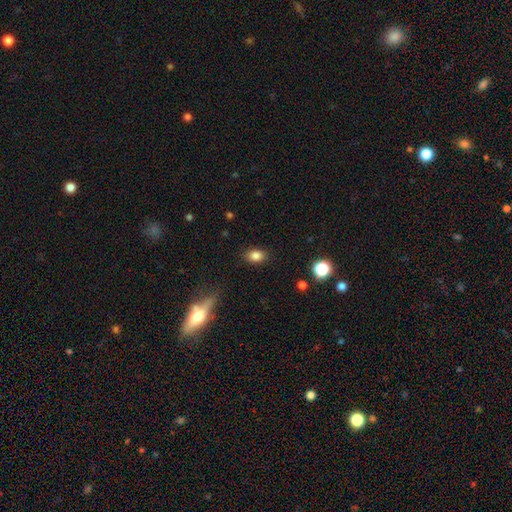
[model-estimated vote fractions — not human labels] The model was most divided on "how rounded": in between: 80%, round: 18%, cigar-shaped: 2%. More confident: merging — none (86%); smooth or featured — smooth (84%).